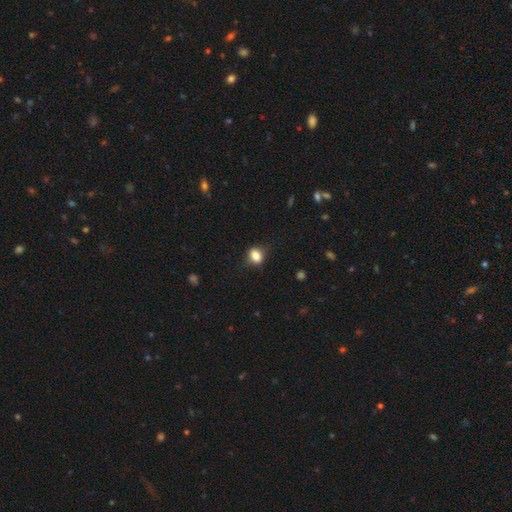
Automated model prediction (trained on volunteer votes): Smooth or featured: smooth — 83% (star or artifact — 10%)
How rounded: in between — 55% (round — 43%)
Merging: none — 76% (minor disturbance — 18%)